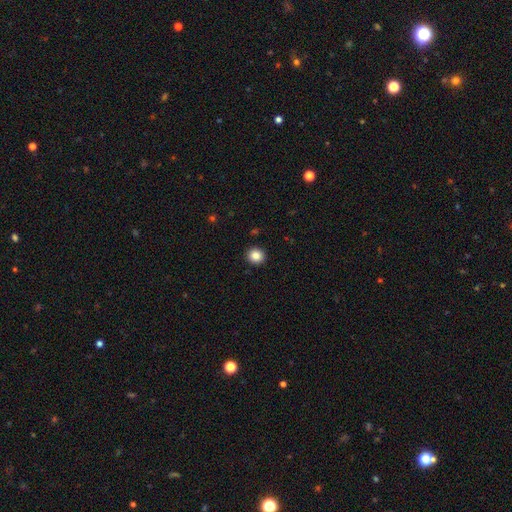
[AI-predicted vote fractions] This is clearly a smooth galaxy (86%). How rounded: clearly round (90%). Merging: clearly none (93%).